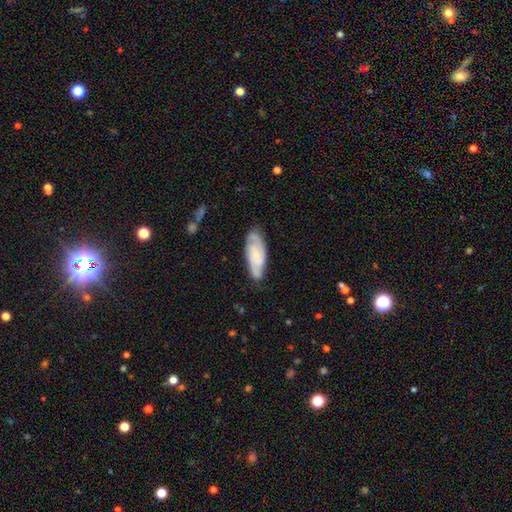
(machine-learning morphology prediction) Smooth or featured: featured or disk — 64% (smooth — 29%)
Edge-on disk: no — 89% (yes — 11%)
Bar: no — 68% (weak — 26%)
Spiral arms: yes — 91% (no — 9%)
Spiral winding: tight — 53% (medium — 37%)
Spiral arm count: 2 — 54% (can't tell — 25%)
Bulge size: small — 61% (moderate — 21%)
Merging: none — 78% (minor disturbance — 17%)